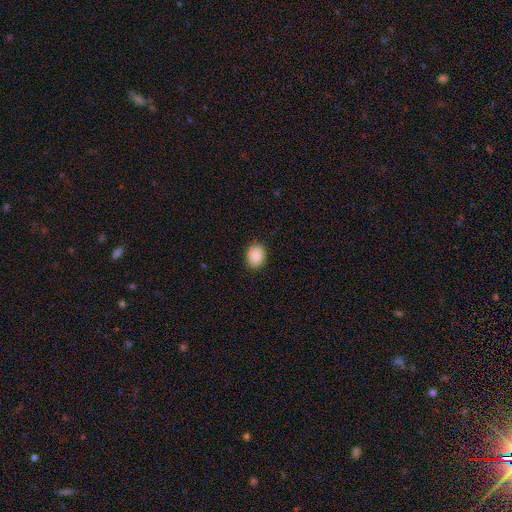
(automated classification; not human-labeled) Overall: smooth (89%). How rounded: in between (60%; round 39%). Merging: none (89%).